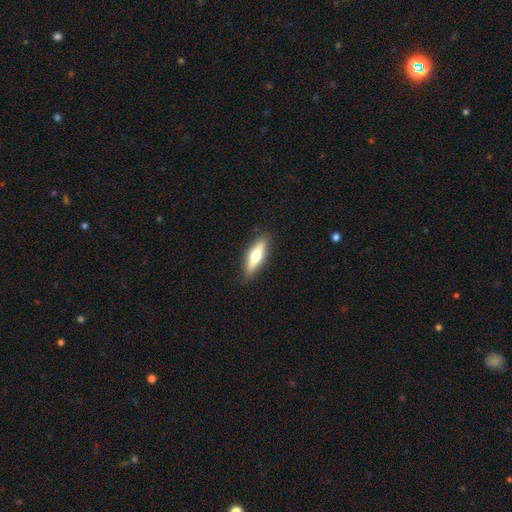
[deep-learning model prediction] A featured or disk galaxy (47%, tied with smooth). Merging: none (88%).